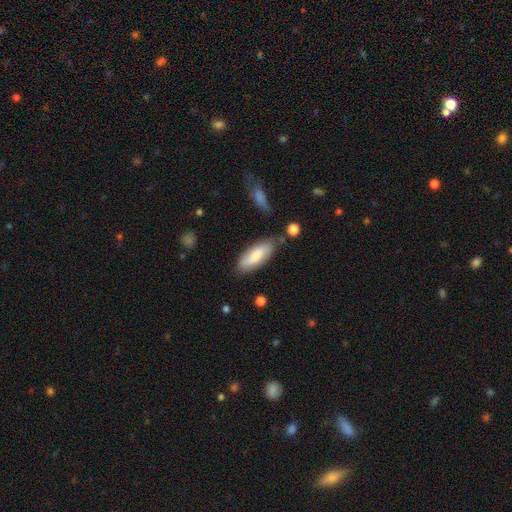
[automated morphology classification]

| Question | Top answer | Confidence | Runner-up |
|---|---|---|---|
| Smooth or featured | smooth | 70% | featured or disk (24%) |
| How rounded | in between | 75% | cigar-shaped (23%) |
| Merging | none | 75% | minor disturbance (17%) |